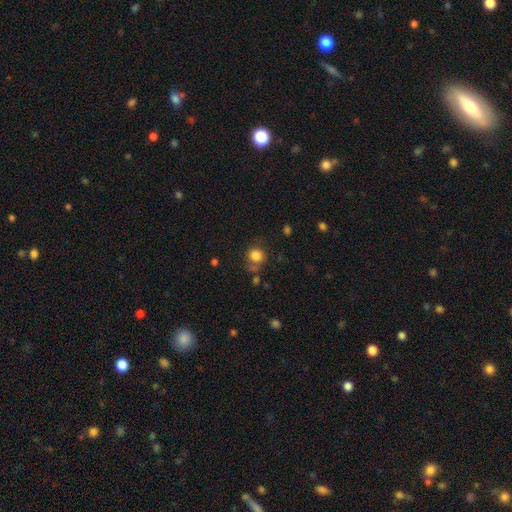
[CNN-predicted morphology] Overall: smooth (83%). How rounded: round (86%). Merging: none (69%).